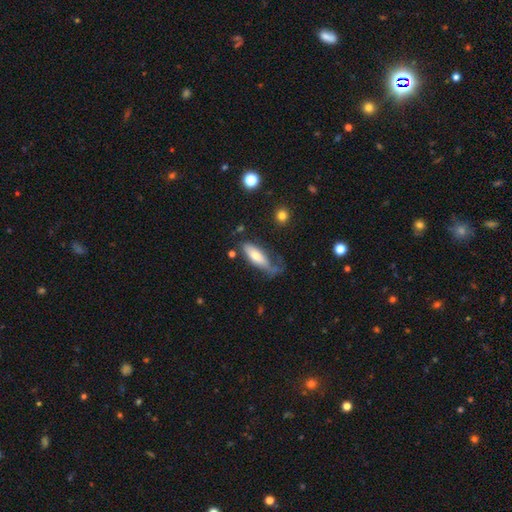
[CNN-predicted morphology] The model was most divided on "merging": none: 37%, minor disturbance: 30%, major disturbance: 26%, merger: 6%. More confident: smooth or featured — smooth (66%); how rounded — in between (63%).